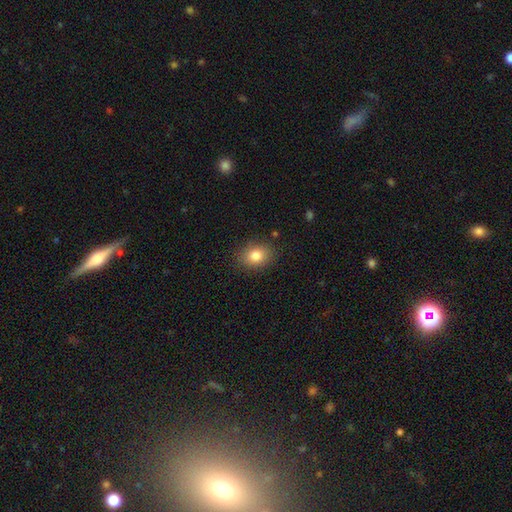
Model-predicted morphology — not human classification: This is clearly a smooth galaxy (82%). How rounded: possibly in between (55%). Merging: clearly none (86%).